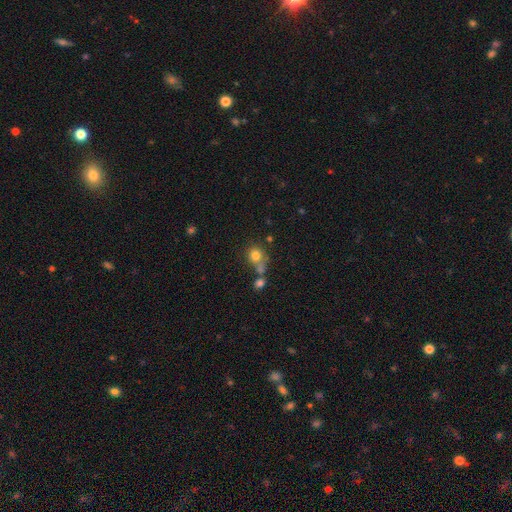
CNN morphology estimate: Smooth or featured: smooth — 76% (star or artifact — 13%)
How rounded: round — 80% (in between — 19%)
Merging: none — 47% (merger — 33%)